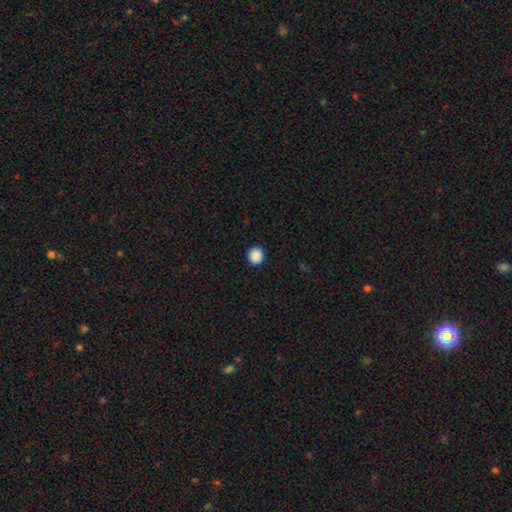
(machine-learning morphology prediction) Smooth or featured: smooth — 89% (star or artifact — 9%)
How rounded: round — 83% (in between — 16%)
Merging: none — 92% (minor disturbance — 5%)